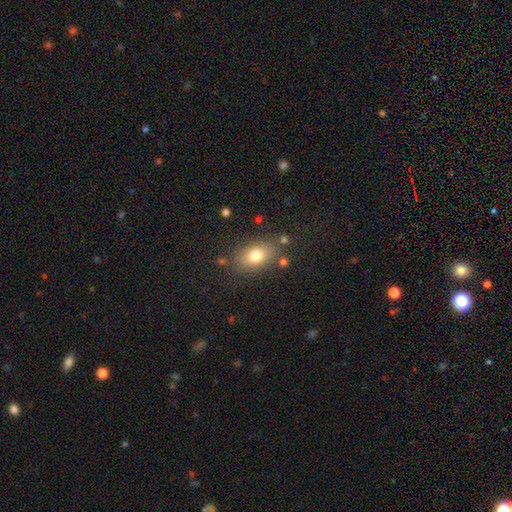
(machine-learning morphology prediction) Smooth or featured?
  - smooth: 78% *
  - featured or disk: 12%
  - star or artifact: 10%
How rounded?
  - in between: 81% *
  - round: 17%
  - cigar-shaped: 2%
Merging?
  - none: 79% *
  - minor disturbance: 13%
  - major disturbance: 4%
  - merger: 4%